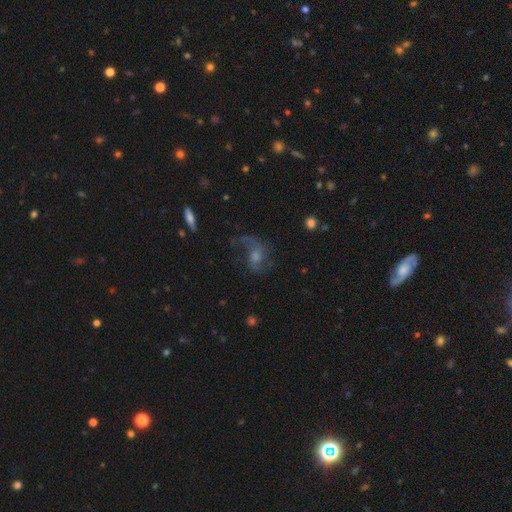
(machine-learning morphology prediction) Smooth or featured: featured or disk — 62% (smooth — 20%)
Edge-on disk: no — 95% (yes — 5%)
Bar: no — 61% (weak — 32%)
Spiral arms: yes — 87% (no — 13%)
Spiral winding: loose — 55% (medium — 35%)
Spiral arm count: 2 — 61% (1 — 20%)
Bulge size: moderate — 50% (small — 31%)
Merging: none — 56% (major disturbance — 23%)